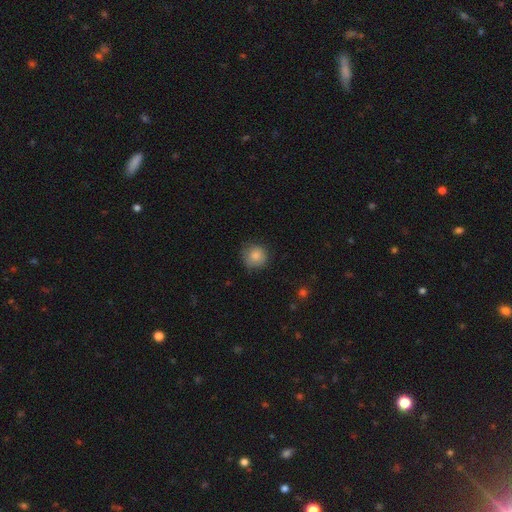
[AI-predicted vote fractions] Q: Smooth or featured?
A: smooth (84%); runner-up: star or artifact (9%)
Q: How rounded?
A: round (90%); runner-up: in between (9%)
Q: Merging?
A: none (75%); runner-up: minor disturbance (20%)